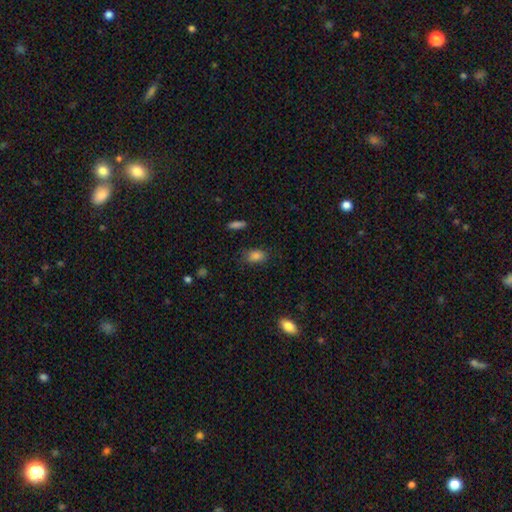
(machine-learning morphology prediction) This is clearly a smooth galaxy (85%). How rounded: clearly in between (86%). Merging: likely none (77%).